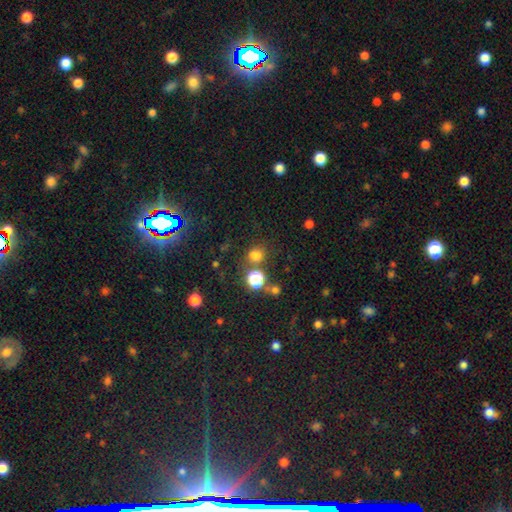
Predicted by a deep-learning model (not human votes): Smooth or featured? Predicted: smooth (p=0.70). How rounded? Predicted: round (p=0.76). Merging? Predicted: none (p=0.70).